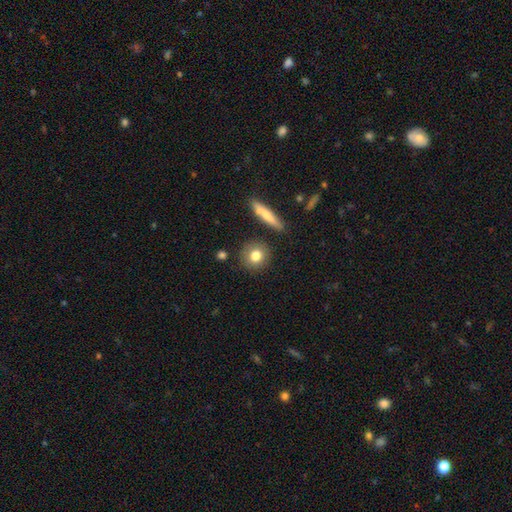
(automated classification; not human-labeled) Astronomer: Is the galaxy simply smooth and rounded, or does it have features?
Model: smooth — 79%.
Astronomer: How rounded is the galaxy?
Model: round — 85%.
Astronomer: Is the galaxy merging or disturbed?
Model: none — 87%.